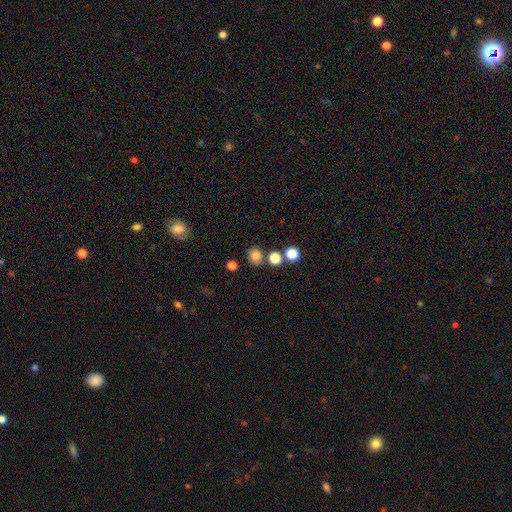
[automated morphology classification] The model was most divided on "merging": none: 77%, merger: 12%, minor disturbance: 8%, major disturbance: 3%. More confident: how rounded — round (83%); smooth or featured — smooth (81%).